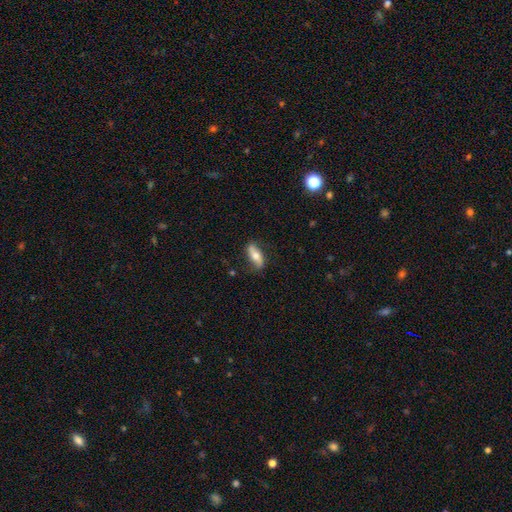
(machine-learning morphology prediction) The model was most divided on "smooth or featured": smooth: 54%, featured or disk: 39%, star or artifact: 6%. More confident: merging — none (77%); how rounded — in between (64%).